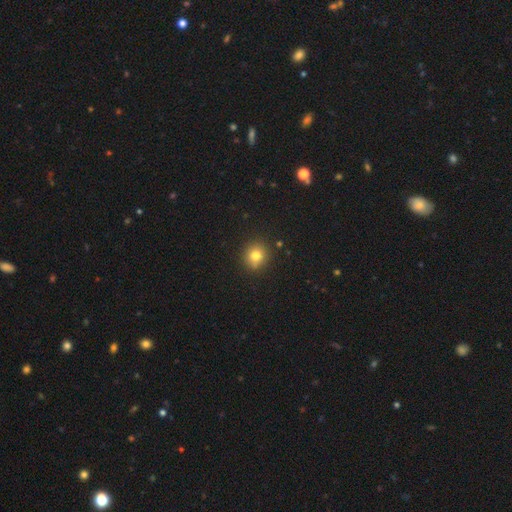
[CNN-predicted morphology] type=smooth (79%); roundness=round (88%); merging=none (86%).